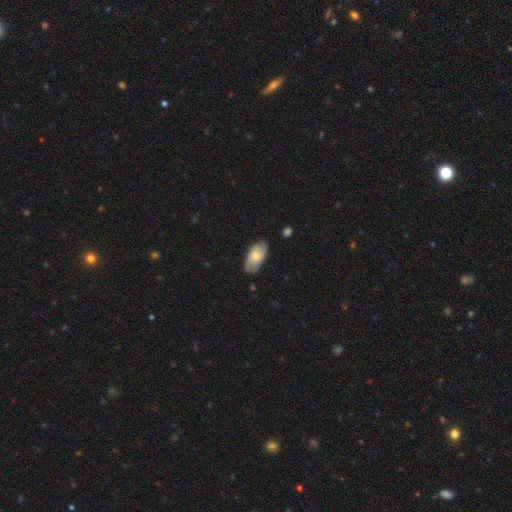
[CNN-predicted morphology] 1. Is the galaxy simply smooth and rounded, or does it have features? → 58% smooth, 36% featured or disk, 6% star or artifact.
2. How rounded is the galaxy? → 93% in between, 4% cigar-shaped, 3% round.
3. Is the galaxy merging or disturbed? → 72% none, 23% minor disturbance, 4% major disturbance, 2% merger.